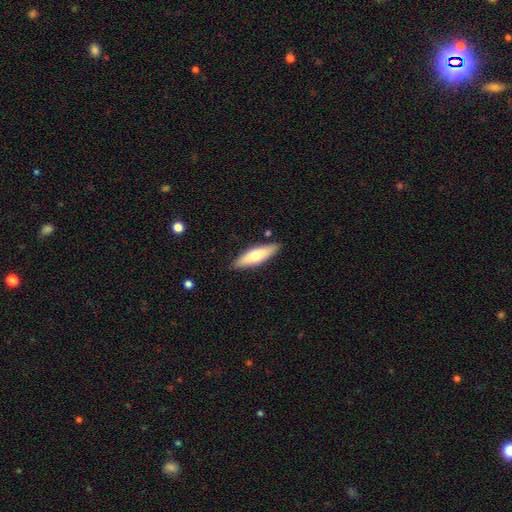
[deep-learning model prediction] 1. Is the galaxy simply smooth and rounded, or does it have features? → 64% smooth, 30% featured or disk, 6% star or artifact.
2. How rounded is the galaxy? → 56% cigar-shaped, 42% in between, 2% round.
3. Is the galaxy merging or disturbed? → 86% none, 10% minor disturbance, 2% merger, 2% major disturbance.